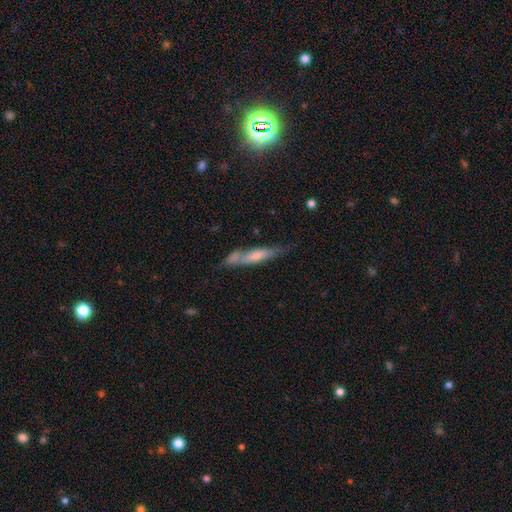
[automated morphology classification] This is possibly a smooth galaxy (50%). How rounded: clearly cigar-shaped (86%). Merging: possibly none (55%).